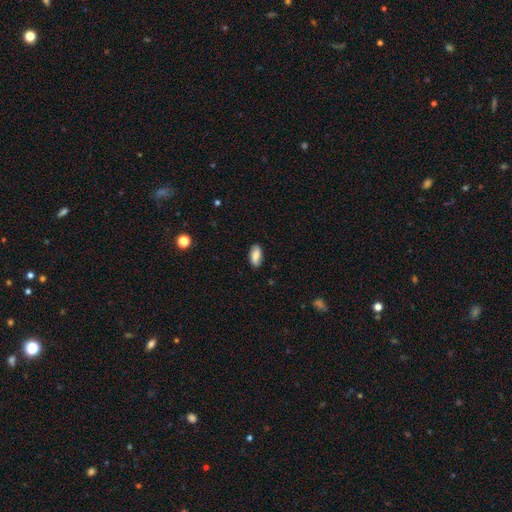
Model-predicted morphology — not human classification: Smooth or featured? smooth (79%)
How rounded? in between (89%)
Merging? none (83%)